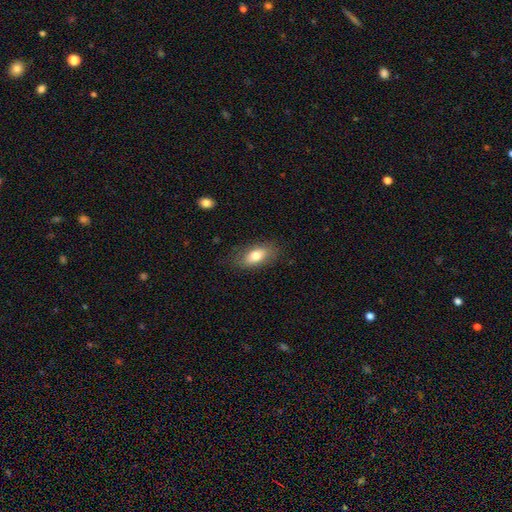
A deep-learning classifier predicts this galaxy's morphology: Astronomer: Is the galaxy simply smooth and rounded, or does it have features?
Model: smooth — 77%.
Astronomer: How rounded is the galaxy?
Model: in between — 87%.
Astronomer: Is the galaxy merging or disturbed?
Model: none — 80%.